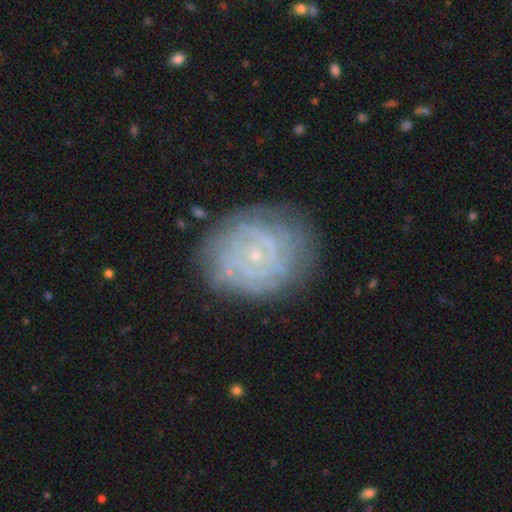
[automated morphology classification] Q: Smooth or featured?
A: featured or disk (77%); runner-up: smooth (15%)
Q: Edge-on disk?
A: no (97%); runner-up: yes (3%)
Q: Bar?
A: no (72%); runner-up: weak (22%)
Q: Spiral arms?
A: yes (87%); runner-up: no (13%)
Q: Spiral winding?
A: tight (78%); runner-up: medium (17%)
Q: Spiral arm count?
A: can't tell (47%); runner-up: 2 (16%)
Q: Bulge size?
A: small (85%); runner-up: moderate (9%)
Q: Merging?
A: none (74%); runner-up: minor disturbance (17%)